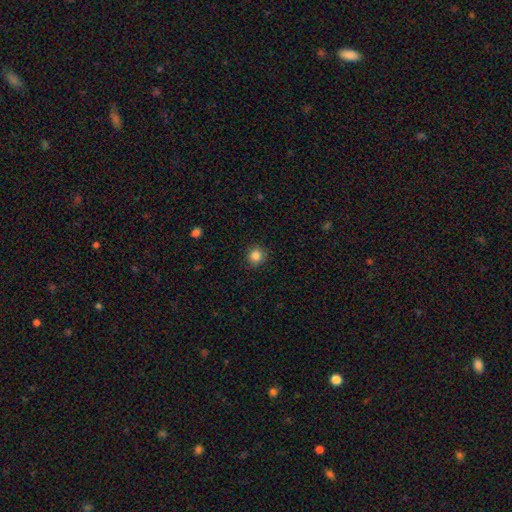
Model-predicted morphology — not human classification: type=smooth (85%); roundness=round (91%); merging=none (90%).